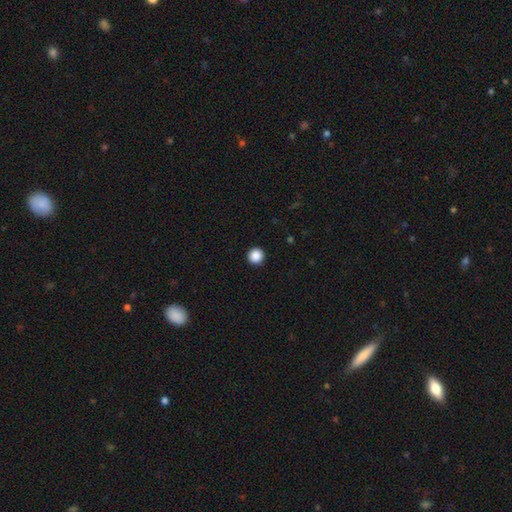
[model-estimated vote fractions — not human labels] Smooth or featured: smooth — 88% (star or artifact — 10%)
How rounded: round — 97% (in between — 2%)
Merging: none — 94% (minor disturbance — 4%)